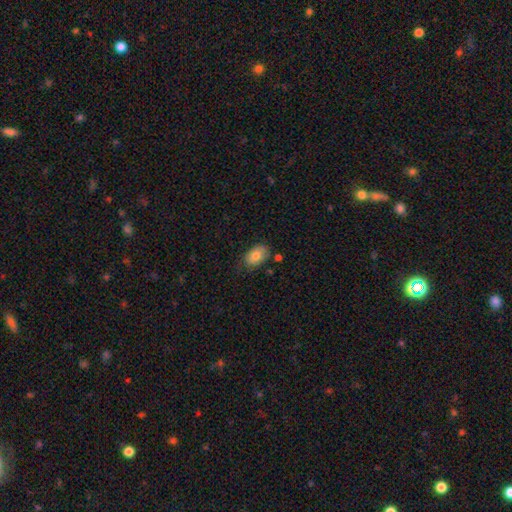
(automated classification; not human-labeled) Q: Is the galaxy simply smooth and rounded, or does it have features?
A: smooth — 80%.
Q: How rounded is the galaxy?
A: in between — 89%.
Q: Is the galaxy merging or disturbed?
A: none — 73%.